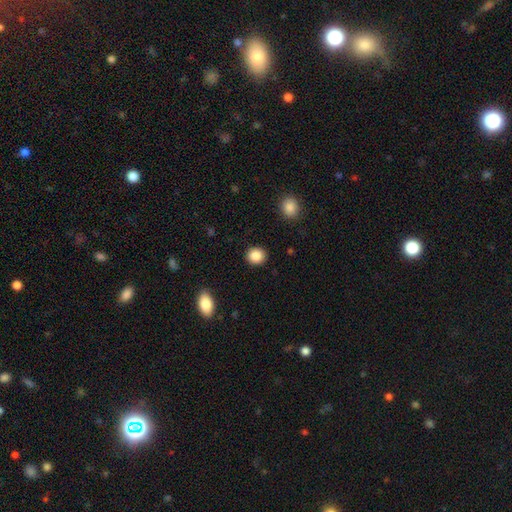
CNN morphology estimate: Smooth or featured: smooth — 87% (star or artifact — 9%)
How rounded: round — 80% (in between — 19%)
Merging: none — 91% (minor disturbance — 6%)